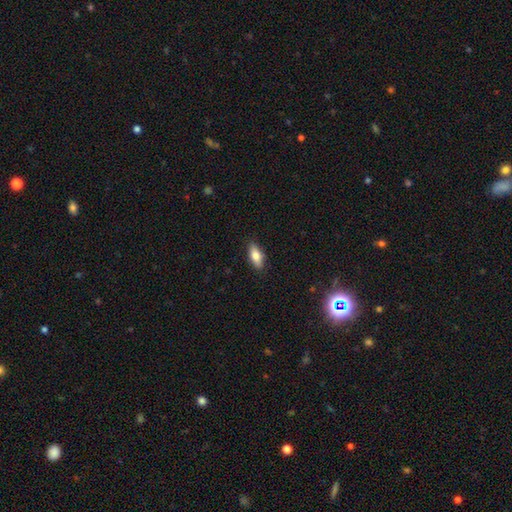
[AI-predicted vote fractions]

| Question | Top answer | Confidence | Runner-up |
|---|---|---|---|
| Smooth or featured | smooth | 75% | featured or disk (18%) |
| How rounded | in between | 77% | cigar-shaped (21%) |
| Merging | none | 88% | minor disturbance (9%) |